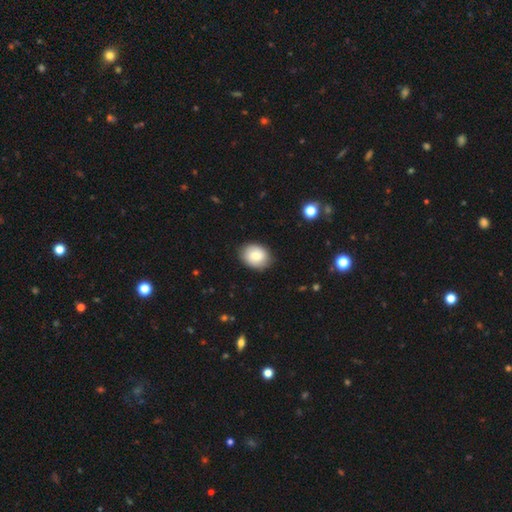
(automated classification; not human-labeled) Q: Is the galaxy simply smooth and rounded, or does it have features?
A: smooth — 80%.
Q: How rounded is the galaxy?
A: in between — 60%.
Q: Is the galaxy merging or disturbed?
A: none — 84%.